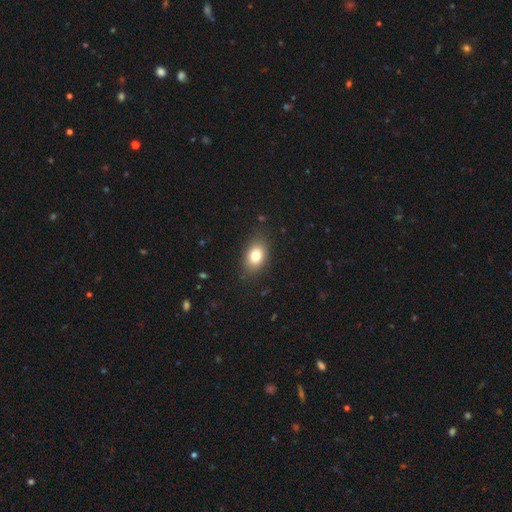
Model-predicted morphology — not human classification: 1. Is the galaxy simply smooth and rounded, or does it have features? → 78% smooth, 12% featured or disk, 10% star or artifact.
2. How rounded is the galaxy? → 78% in between, 20% round, 2% cigar-shaped.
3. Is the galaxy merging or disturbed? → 84% none, 12% minor disturbance, 3% major disturbance, 1% merger.